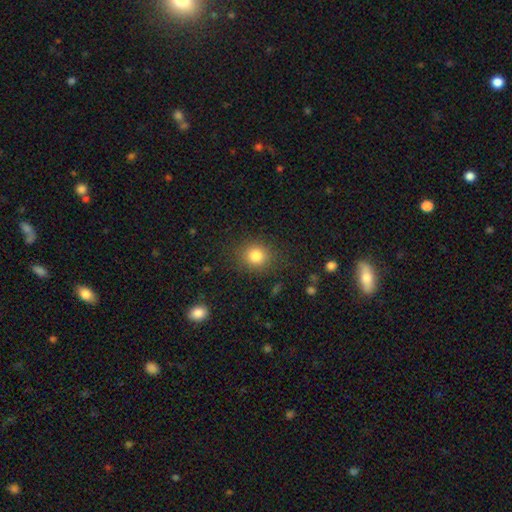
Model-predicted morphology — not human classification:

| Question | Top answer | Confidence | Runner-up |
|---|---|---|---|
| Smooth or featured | smooth | 82% | star or artifact (12%) |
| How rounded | round | 83% | in between (16%) |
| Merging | none | 86% | minor disturbance (9%) |